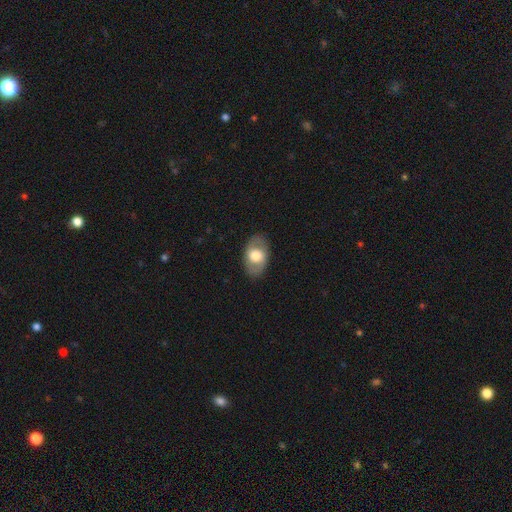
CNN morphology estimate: A smooth galaxy with no disk features (51%) that is in between round and cigar-shaped (85%). Merging: none (84%).